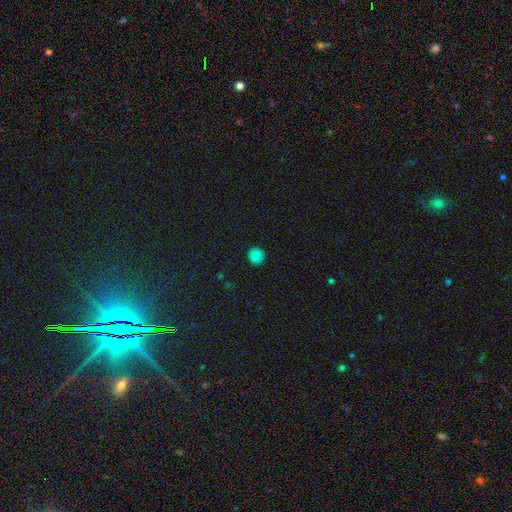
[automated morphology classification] A smooth galaxy with no disk features (82%) that is round (90%). Merging: none (90%).